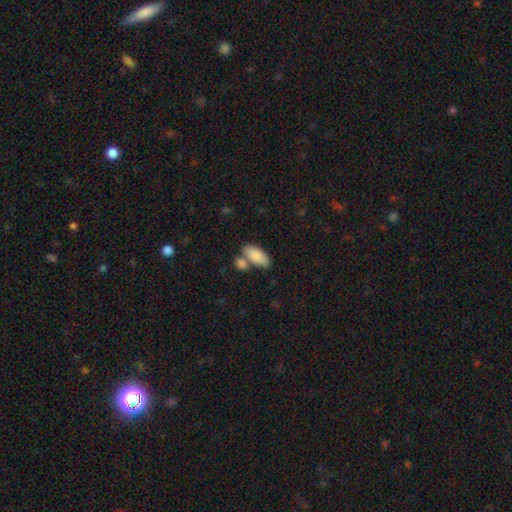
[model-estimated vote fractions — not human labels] Smooth or featured: smooth — 86% (featured or disk — 8%)
How rounded: in between — 91% (cigar-shaped — 7%)
Merging: none — 53% (merger — 28%)